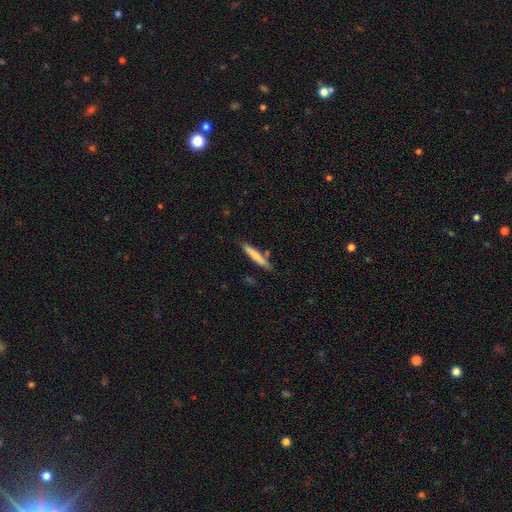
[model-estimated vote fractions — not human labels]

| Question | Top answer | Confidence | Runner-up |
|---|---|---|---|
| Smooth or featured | smooth | 74% | featured or disk (21%) |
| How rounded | cigar-shaped | 93% | in between (6%) |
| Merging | none | 79% | minor disturbance (14%) |